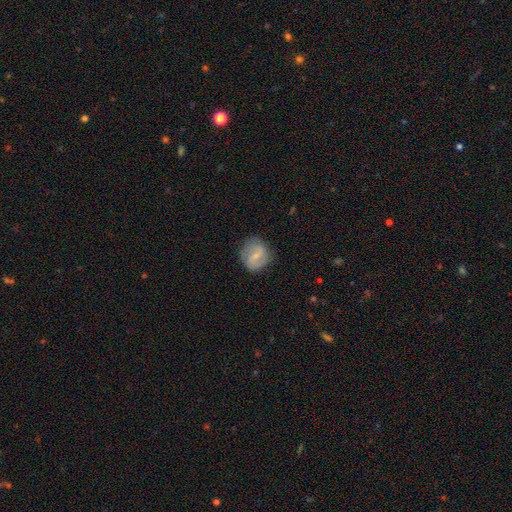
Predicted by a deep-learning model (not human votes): Smooth or featured? smooth (52%)
How rounded? round (74%)
Merging? none (76%)